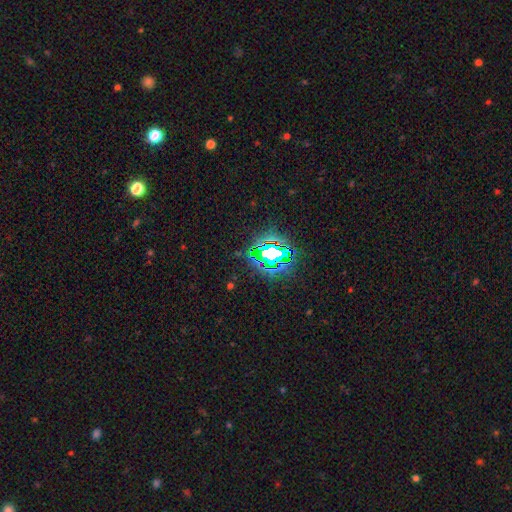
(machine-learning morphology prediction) Smooth or featured: star or artifact — 80% (smooth — 12%)